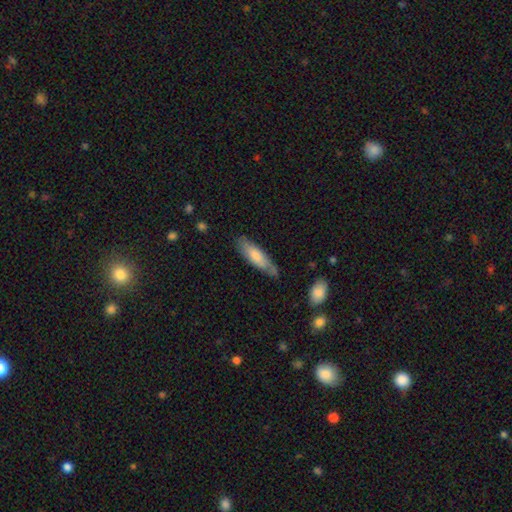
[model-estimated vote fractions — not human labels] Smooth or featured: smooth — 63% (featured or disk — 31%)
How rounded: cigar-shaped — 58% (in between — 40%)
Merging: none — 71% (minor disturbance — 21%)